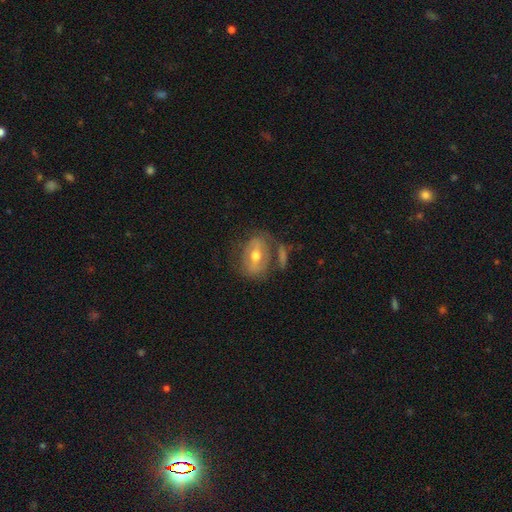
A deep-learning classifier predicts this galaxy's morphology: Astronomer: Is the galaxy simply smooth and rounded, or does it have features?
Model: featured or disk — 60%.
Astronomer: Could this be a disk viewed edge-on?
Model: no — 91%.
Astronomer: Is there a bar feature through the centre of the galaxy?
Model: strong — 37% (runner-up: weak, 35%).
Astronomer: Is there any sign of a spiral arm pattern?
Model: no — 60% (runner-up: yes, 40%).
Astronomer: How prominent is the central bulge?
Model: moderate — 75%.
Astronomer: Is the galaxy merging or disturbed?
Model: none — 57%.